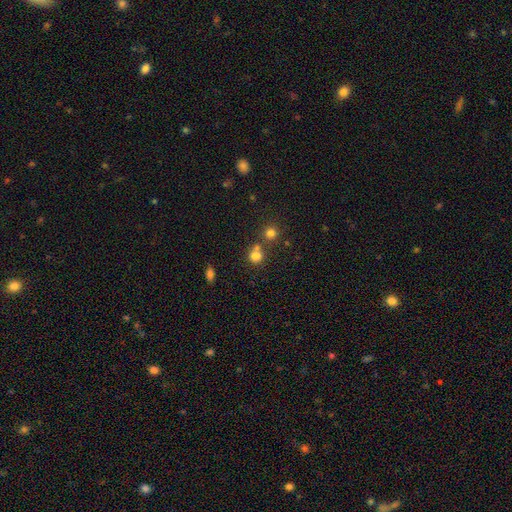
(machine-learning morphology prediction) This is likely a smooth galaxy (78%). How rounded: clearly round (82%). Merging: possibly none (52%).